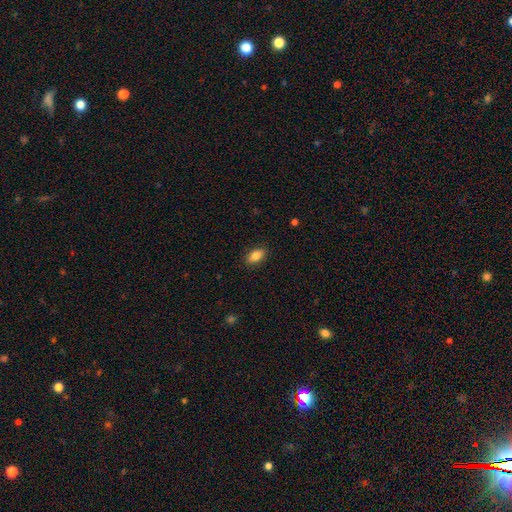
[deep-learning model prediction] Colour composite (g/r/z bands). It shows a smooth galaxy with no disk features (84%) that is in between round and cigar-shaped (90%). Merging: none (88%).